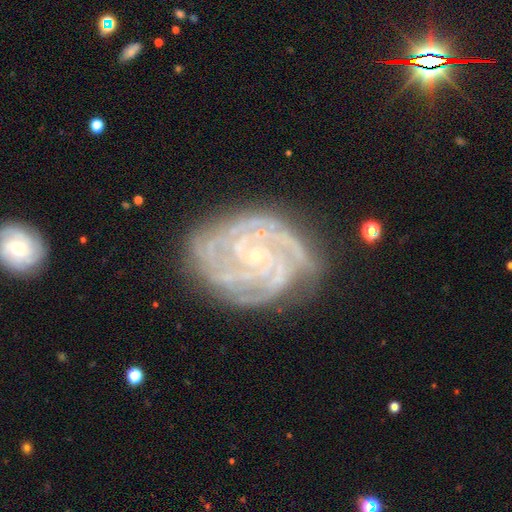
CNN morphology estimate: Q: Smooth or featured?
A: featured or disk (89%); runner-up: star or artifact (6%)
Q: Edge-on disk?
A: no (98%); runner-up: yes (2%)
Q: Bar?
A: no (69%); runner-up: weak (23%)
Q: Spiral arms?
A: yes (98%); runner-up: no (2%)
Q: Spiral winding?
A: tight (78%); runner-up: medium (19%)
Q: Spiral arm count?
A: 4 (26%); runner-up: 3 (25%)
Q: Bulge size?
A: small (85%); runner-up: moderate (10%)
Q: Merging?
A: none (74%); runner-up: minor disturbance (18%)